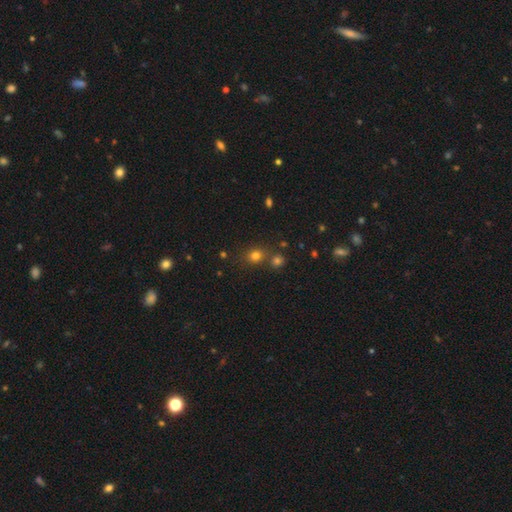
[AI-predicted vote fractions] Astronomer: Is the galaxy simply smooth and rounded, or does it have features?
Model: smooth — 74%.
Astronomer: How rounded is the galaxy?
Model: round — 76%.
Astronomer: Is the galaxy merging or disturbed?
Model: none — 69%.